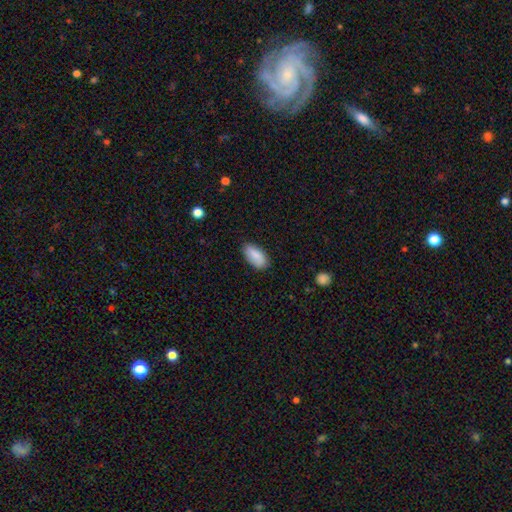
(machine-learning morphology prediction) type=smooth (86%); roundness=in between (93%); merging=none (82%).